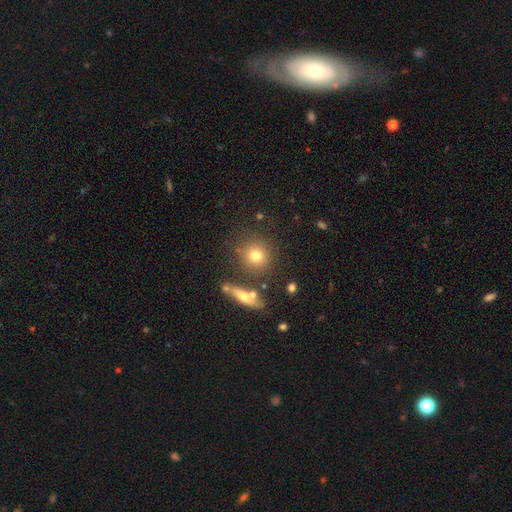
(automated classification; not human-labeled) This appears to be a smooth galaxy with no disk features (75%) that is round (87%). Merging: none (76%).